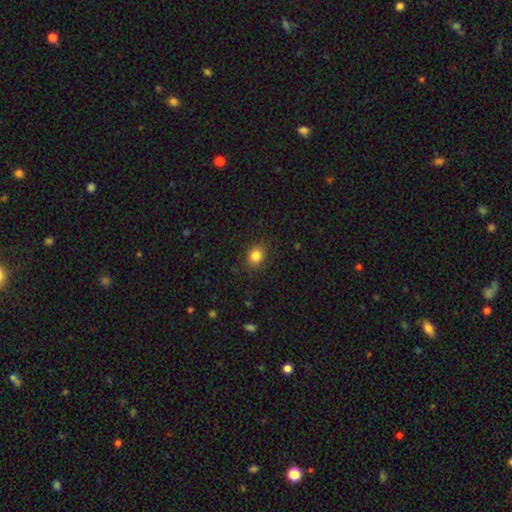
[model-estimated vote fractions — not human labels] smooth-or-featured: smooth: 84% | star or artifact: 11% | featured or disk: 5%
  how-rounded: round: 57% | in between: 42% | cigar-shaped: 1%
  merging: none: 84% | minor disturbance: 11% | major disturbance: 3% | merger: 1%